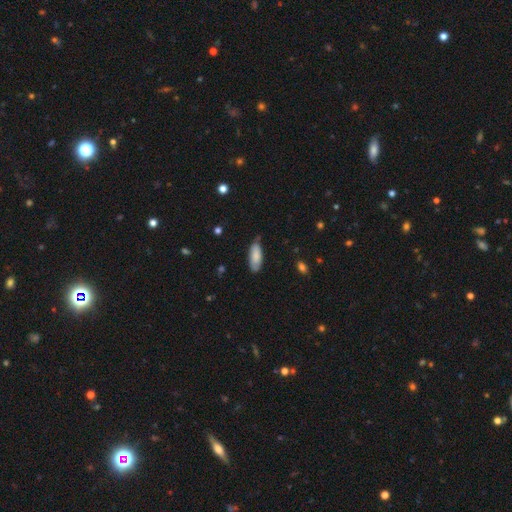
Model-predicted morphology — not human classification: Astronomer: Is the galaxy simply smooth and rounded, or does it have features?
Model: smooth — 80%.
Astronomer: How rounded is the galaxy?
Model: in between — 77%.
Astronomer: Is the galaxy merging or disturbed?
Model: none — 67%.